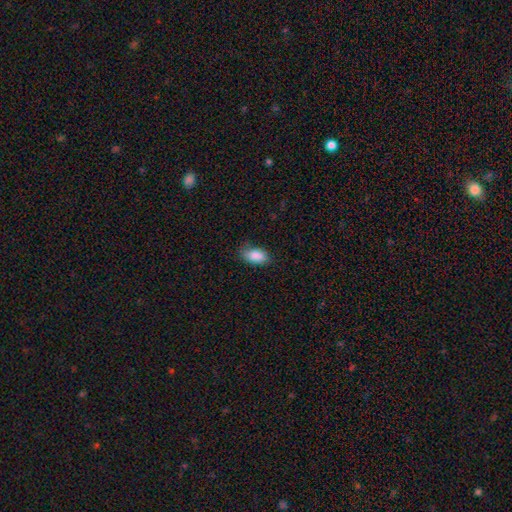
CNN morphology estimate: smooth 88%, star or artifact 7%, featured or disk 5%. Down the decision tree: how rounded — in between (92%); merging — none (76%).